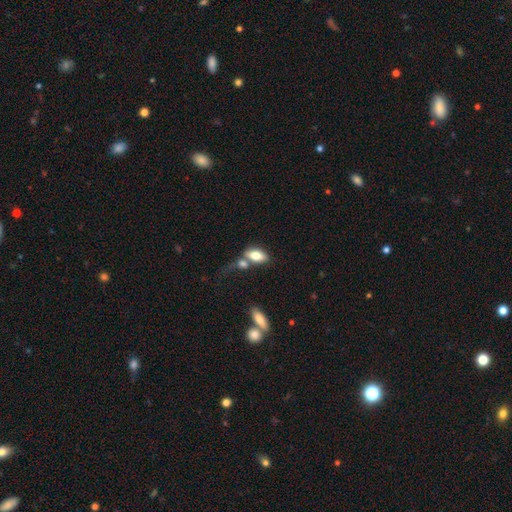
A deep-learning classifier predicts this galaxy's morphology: Smooth or featured?
  - smooth: 73% *
  - featured or disk: 20%
  - star or artifact: 7%
How rounded?
  - in between: 88% *
  - cigar-shaped: 8%
  - round: 5%
Merging?
  - none: 43% *
  - merger: 36%
  - minor disturbance: 14%
  - major disturbance: 8%